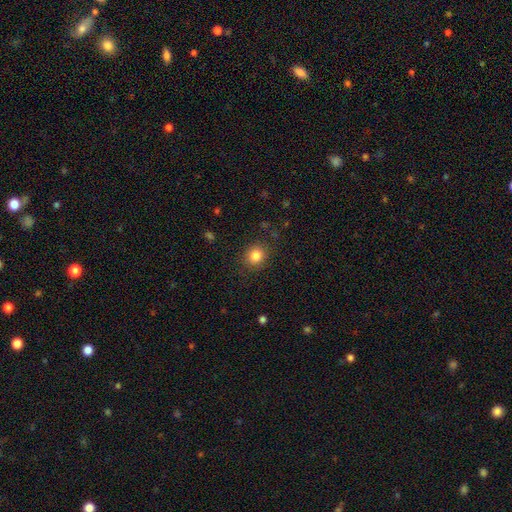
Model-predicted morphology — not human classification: Smooth or featured? Predicted: smooth (p=0.84). How rounded? Predicted: round (p=0.75). Merging? Predicted: none (p=0.86).